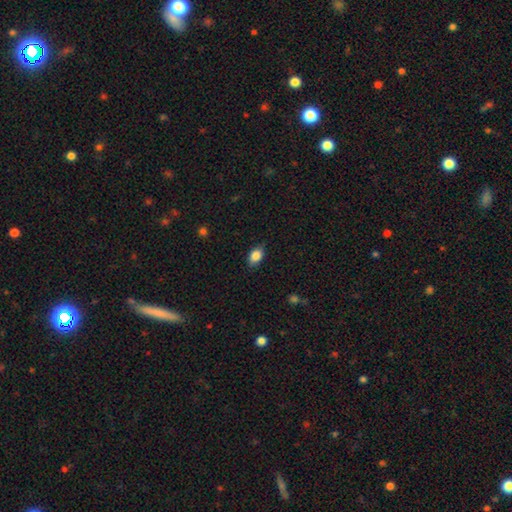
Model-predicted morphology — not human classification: type=smooth (83%); roundness=in between (83%); merging=none (81%).